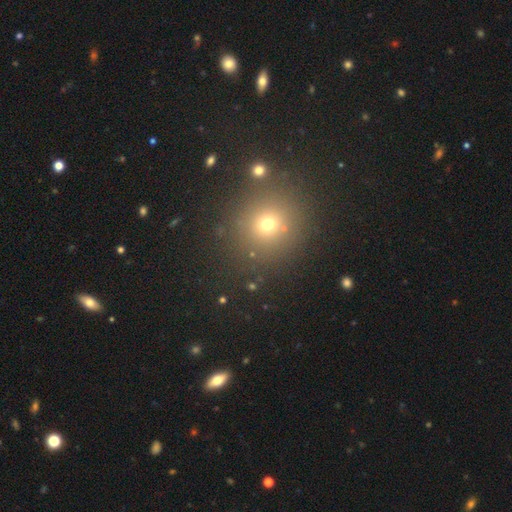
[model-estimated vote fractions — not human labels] The model was most divided on "smooth or featured": smooth: 58%, star or artifact: 34%, featured or disk: 8%. More confident: how rounded — round (91%); merging — none (88%).